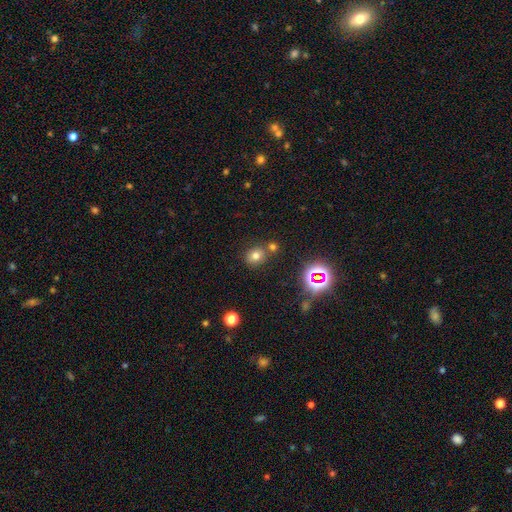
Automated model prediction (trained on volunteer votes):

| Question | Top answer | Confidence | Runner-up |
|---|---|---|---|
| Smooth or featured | smooth | 71% | star or artifact (20%) |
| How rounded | round | 65% | in between (34%) |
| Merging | none | 68% | merger (19%) |